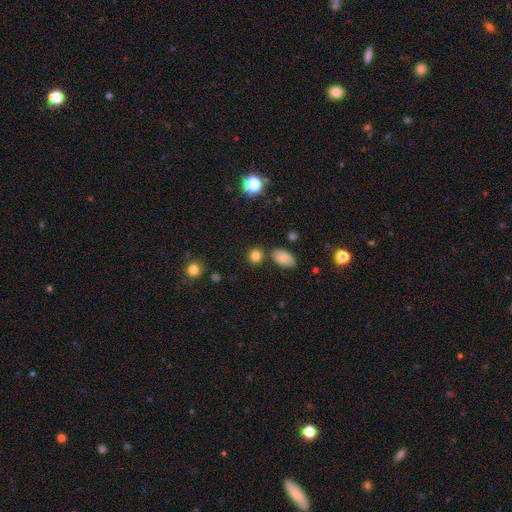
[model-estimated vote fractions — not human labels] Smooth or featured: smooth — 81% (star or artifact — 13%)
How rounded: round — 74% (in between — 24%)
Merging: none — 77% (merger — 10%)